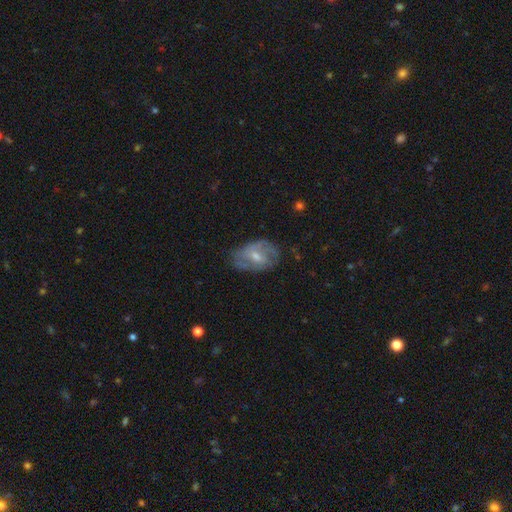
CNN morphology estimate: type=featured or disk (66%); edge-on=no (95%); bar=weak (47%); spiral arms=yes (74%); bulge=moderate (54%); merging=none (65%).